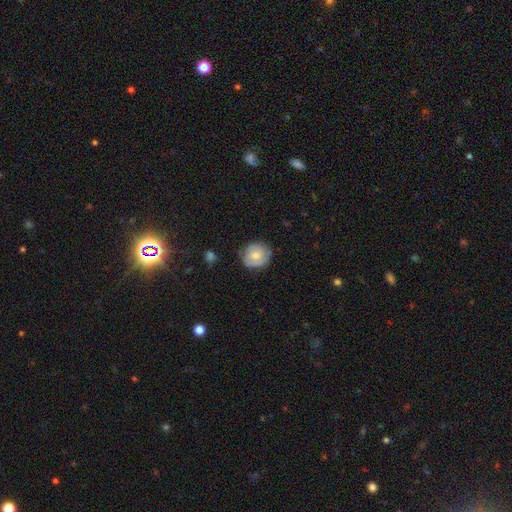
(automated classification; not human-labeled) Smooth or featured? Predicted: smooth (p=0.60). How rounded? Predicted: round (p=0.80). Merging? Predicted: none (p=0.72).